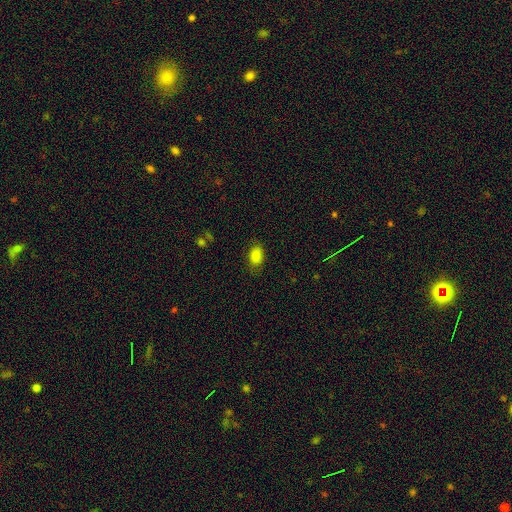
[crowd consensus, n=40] Morphology: type=smooth (80%); roundness=in between (94%); merging=none (80%).